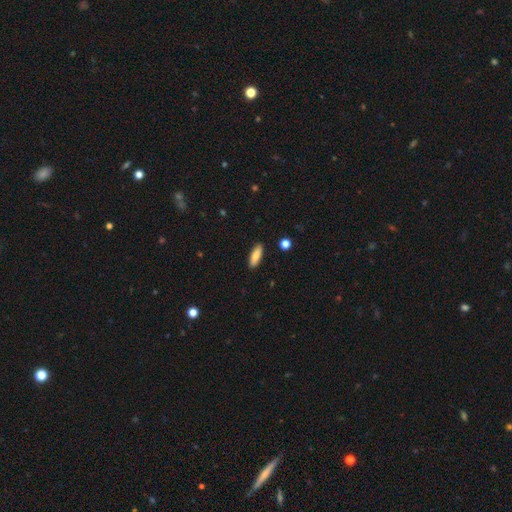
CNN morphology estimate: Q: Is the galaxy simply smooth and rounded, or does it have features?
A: smooth — 83%.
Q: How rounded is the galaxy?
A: in between — 53%.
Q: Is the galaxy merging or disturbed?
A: none — 90%.